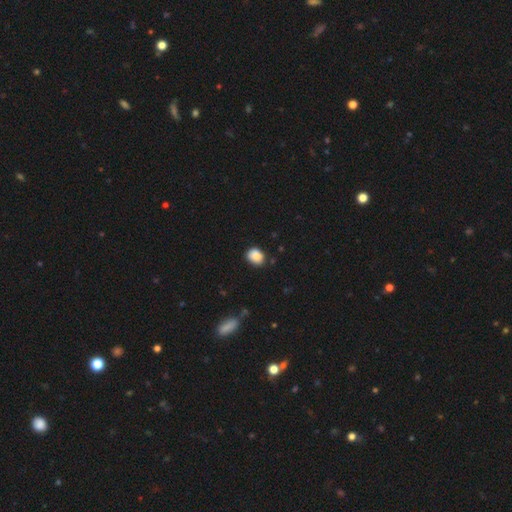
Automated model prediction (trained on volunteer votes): smooth 87%, star or artifact 9%, featured or disk 4%. Down the decision tree: how rounded — in between (53%); merging — none (79%).